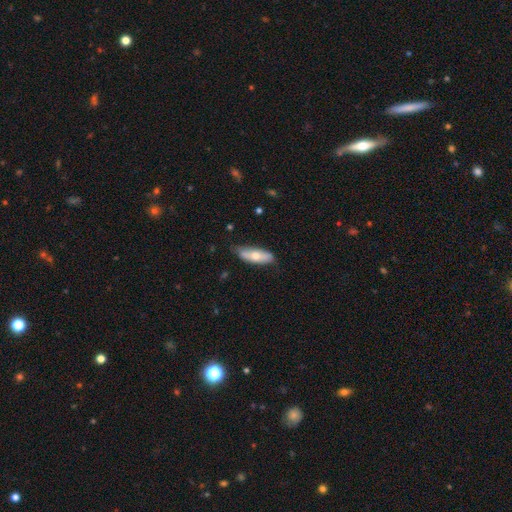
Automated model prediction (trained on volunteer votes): smooth_or_featured: smooth (p=0.57) [alt: featured or disk p=0.37]
how_rounded: in between (p=0.62) [alt: cigar-shaped p=0.35]
merging: none (p=0.71) [alt: minor disturbance p=0.24]